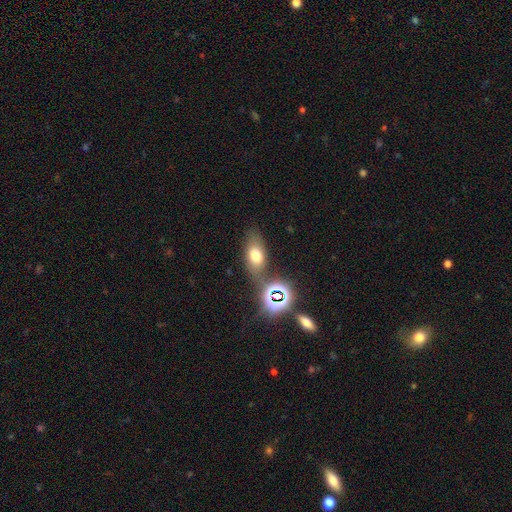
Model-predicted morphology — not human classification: Smooth or featured? smooth (65%)
How rounded? in between (79%)
Merging? none (64%)